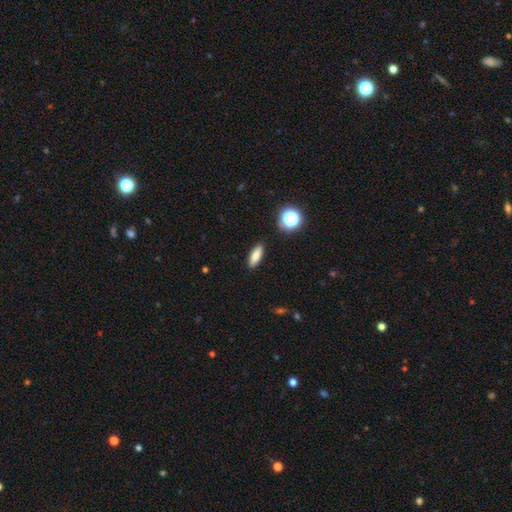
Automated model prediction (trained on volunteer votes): A smooth galaxy with no disk features (79%) that is in between round and cigar-shaped (53%). Merging: none (89%).